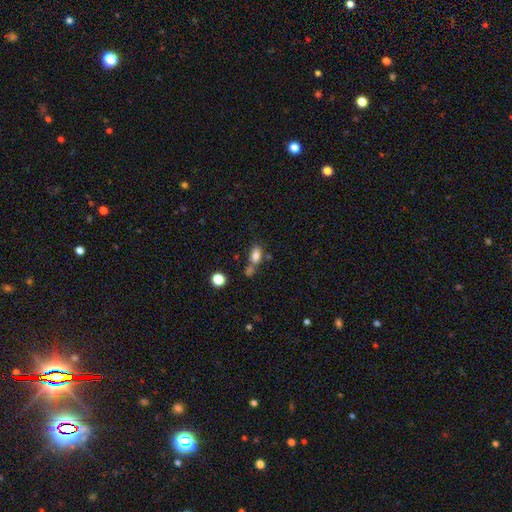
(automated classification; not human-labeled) Smooth or featured?
  - smooth: 80% *
  - star or artifact: 11%
  - featured or disk: 9%
How rounded?
  - in between: 84% *
  - round: 10%
  - cigar-shaped: 6%
Merging?
  - none: 47% *
  - merger: 33%
  - minor disturbance: 14%
  - major disturbance: 6%